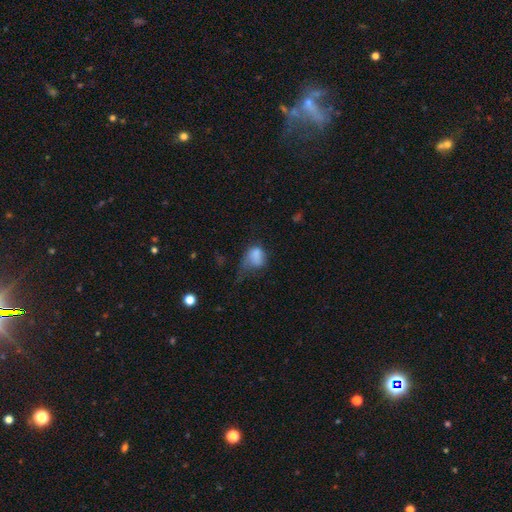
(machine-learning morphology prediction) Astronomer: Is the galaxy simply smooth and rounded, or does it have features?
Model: smooth — 73%.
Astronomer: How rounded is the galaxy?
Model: in between — 68%.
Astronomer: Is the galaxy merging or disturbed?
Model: major disturbance — 50% (runner-up: minor disturbance, 26%).